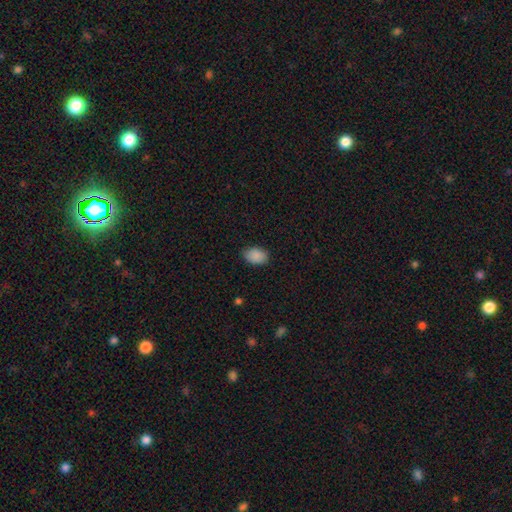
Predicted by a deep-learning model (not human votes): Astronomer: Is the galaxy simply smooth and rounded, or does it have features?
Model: smooth — 89%.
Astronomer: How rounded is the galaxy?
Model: in between — 82%.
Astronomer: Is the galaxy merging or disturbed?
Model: none — 83%.